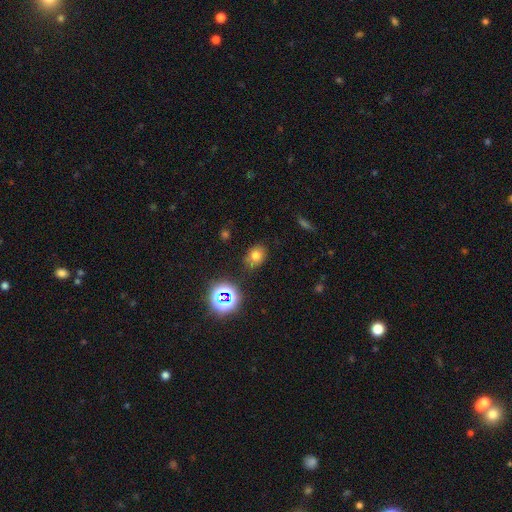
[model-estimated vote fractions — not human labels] Smooth or featured: smooth — 71% (star or artifact — 19%)
How rounded: in between — 59% (round — 40%)
Merging: none — 74% (minor disturbance — 18%)